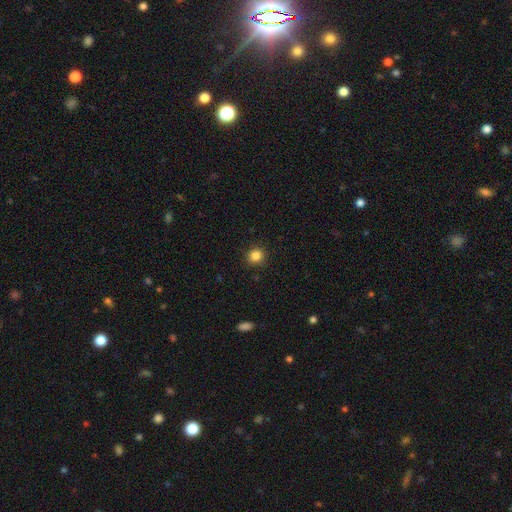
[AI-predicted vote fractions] smooth 85%, star or artifact 11%, featured or disk 4%. Down the decision tree: how rounded — round (88%); merging — none (91%).